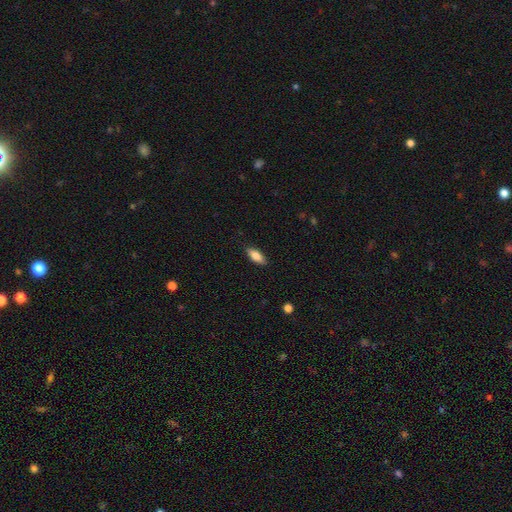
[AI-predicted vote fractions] Smooth or featured? smooth (78%)
How rounded? in between (77%)
Merging? none (87%)